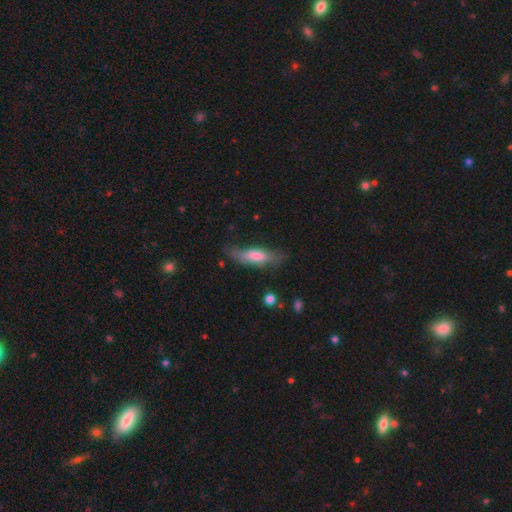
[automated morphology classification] smooth-or-featured: smooth: 59% | featured or disk: 34% | star or artifact: 7%
  how-rounded: cigar-shaped: 65% | in between: 33% | round: 2%
  merging: none: 61% | minor disturbance: 27% | major disturbance: 9% | merger: 3%